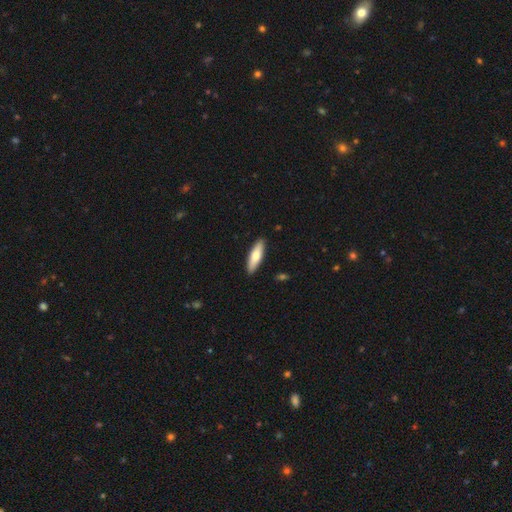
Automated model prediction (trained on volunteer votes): A smooth galaxy with no disk features (69%) that is cigar-shaped (59%). Merging: none (90%).